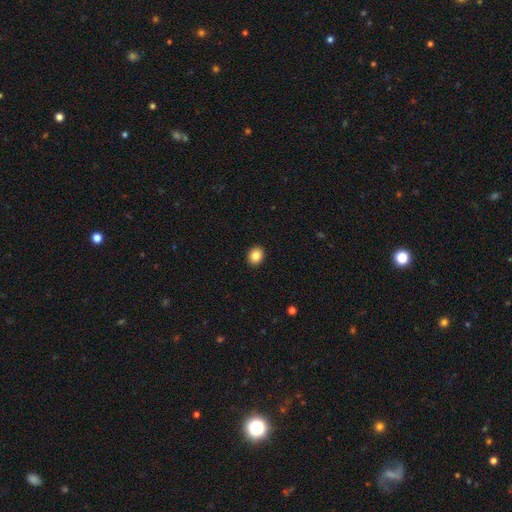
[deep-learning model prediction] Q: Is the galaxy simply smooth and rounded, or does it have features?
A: smooth — 84%.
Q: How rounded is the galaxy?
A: round — 58%.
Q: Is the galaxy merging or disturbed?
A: none — 92%.